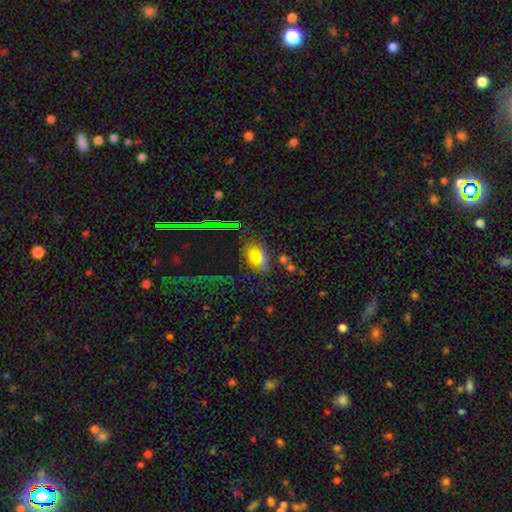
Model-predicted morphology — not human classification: This is possibly a smooth galaxy (52%). How rounded: possibly in between (59%). Merging: possibly none (58%).